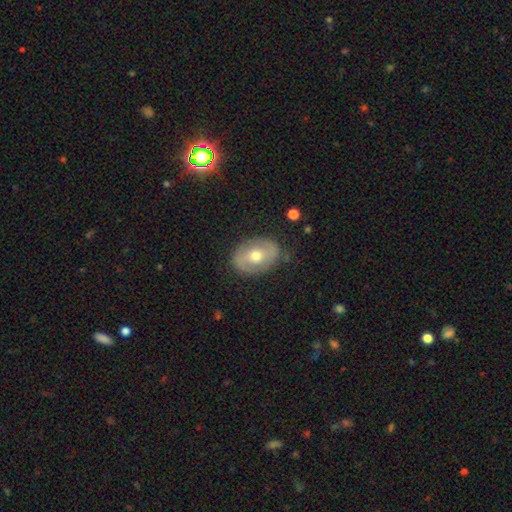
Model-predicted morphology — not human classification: Smooth or featured?
  - featured or disk: 47% *
  - smooth: 45%
  - star or artifact: 8%
Merging?
  - none: 81% *
  - minor disturbance: 14%
  - major disturbance: 4%
  - merger: 1%